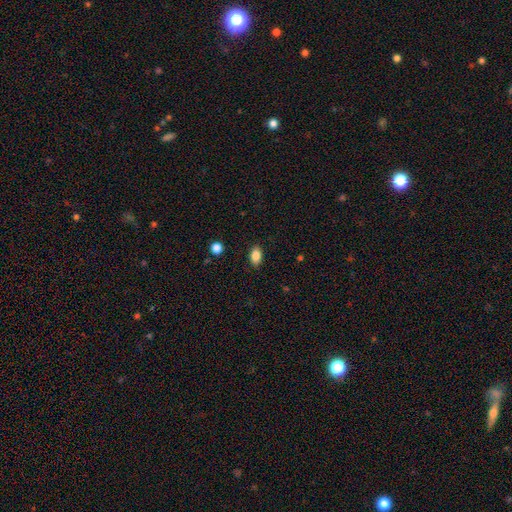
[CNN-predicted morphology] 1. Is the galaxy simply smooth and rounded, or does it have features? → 85% smooth, 8% star or artifact, 7% featured or disk.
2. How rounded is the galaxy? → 89% in between, 8% round, 3% cigar-shaped.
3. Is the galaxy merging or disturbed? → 88% none, 9% minor disturbance, 2% major disturbance, 1% merger.